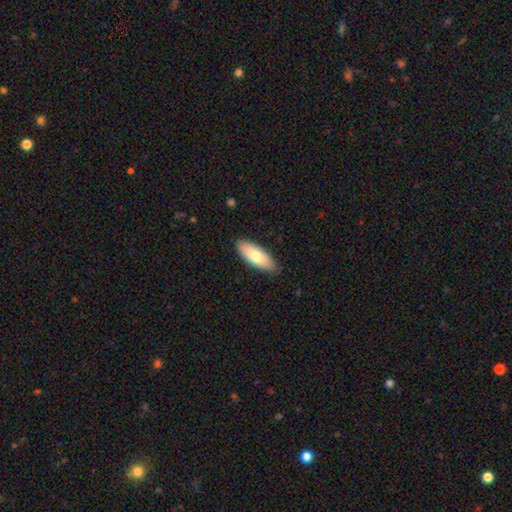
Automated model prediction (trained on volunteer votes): Smooth or featured? smooth (74%)
How rounded? in between (73%)
Merging? none (86%)